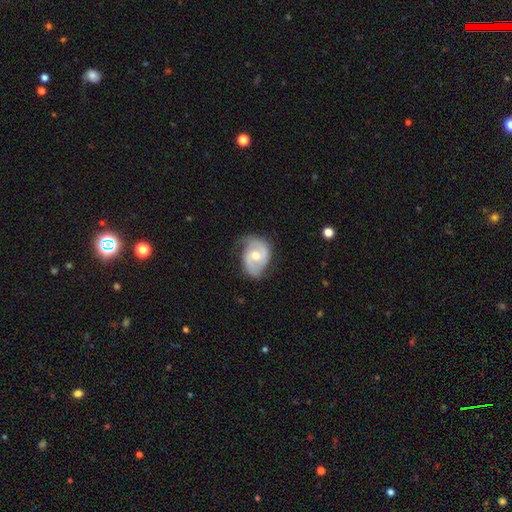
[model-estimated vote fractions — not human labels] smooth_or_featured: featured or disk (p=0.73) [alt: smooth p=0.21]
disk_edge_on: no (p=0.97) [alt: yes p=0.03]
bar: no (p=0.55) [alt: weak p=0.35]
has_spiral_arms: yes (p=0.86) [alt: no p=0.14]
spiral_winding: medium (p=0.45) [alt: tight p=0.29]
spiral_arm_count: 2 (p=0.81) [alt: can't tell p=0.09]
bulge_size: moderate (p=0.69) [alt: small p=0.25]
merging: none (p=0.61) [alt: minor disturbance p=0.27]